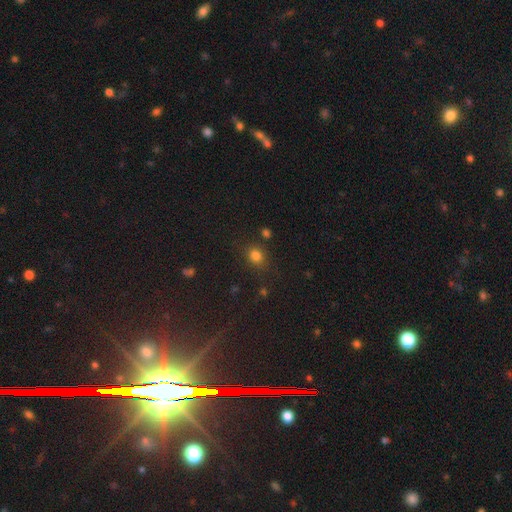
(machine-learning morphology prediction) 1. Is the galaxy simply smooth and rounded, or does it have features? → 80% smooth, 15% star or artifact, 6% featured or disk.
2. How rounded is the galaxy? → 65% round, 34% in between, 1% cigar-shaped.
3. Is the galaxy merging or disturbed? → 79% none, 12% minor disturbance, 5% merger, 5% major disturbance.